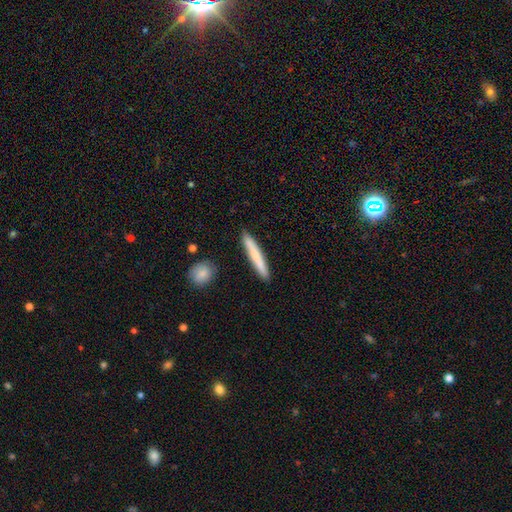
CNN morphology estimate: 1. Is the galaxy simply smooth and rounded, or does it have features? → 74% smooth, 20% featured or disk, 6% star or artifact.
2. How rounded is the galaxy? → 95% cigar-shaped, 4% in between, 1% round.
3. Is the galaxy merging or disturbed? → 90% none, 7% minor disturbance, 2% merger, 1% major disturbance.